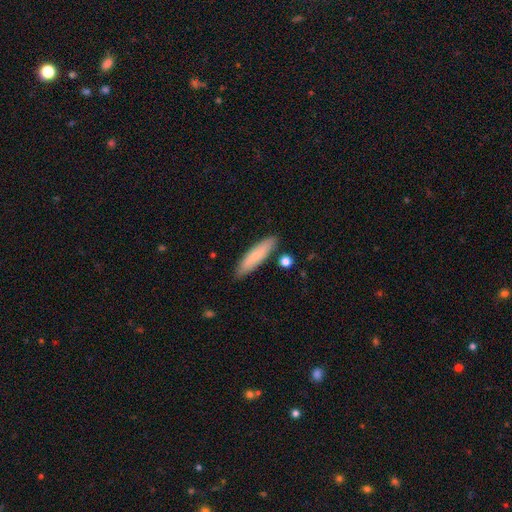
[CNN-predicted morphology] A smooth galaxy with no disk features (78%) that is cigar-shaped (75%). Merging: none (85%).